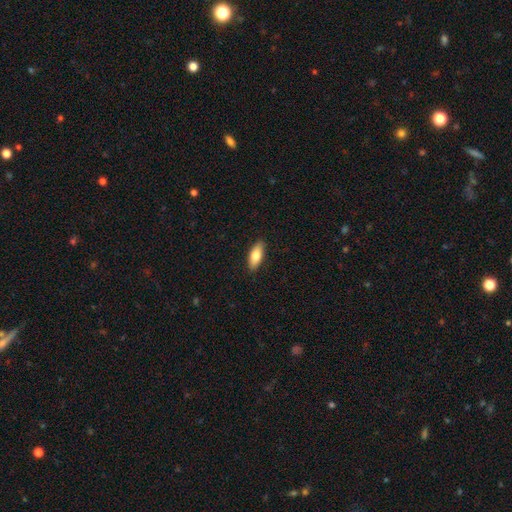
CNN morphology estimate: Q: Smooth or featured?
A: smooth (79%); runner-up: featured or disk (15%)
Q: How rounded?
A: in between (79%); runner-up: cigar-shaped (18%)
Q: Merging?
A: none (89%); runner-up: minor disturbance (8%)